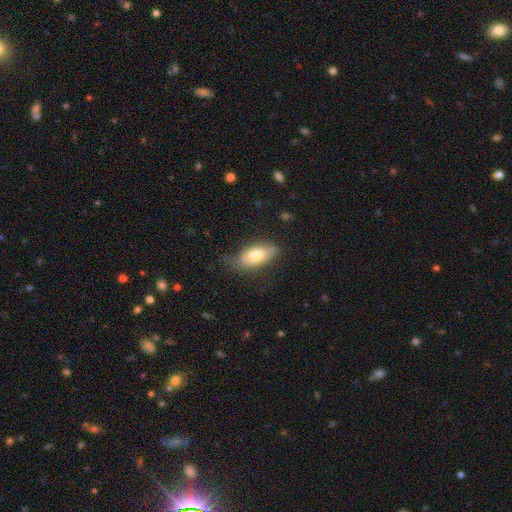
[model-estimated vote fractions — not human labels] Smooth or featured? Predicted: smooth (p=0.72). How rounded? Predicted: in between (p=0.89). Merging? Predicted: none (p=0.61).